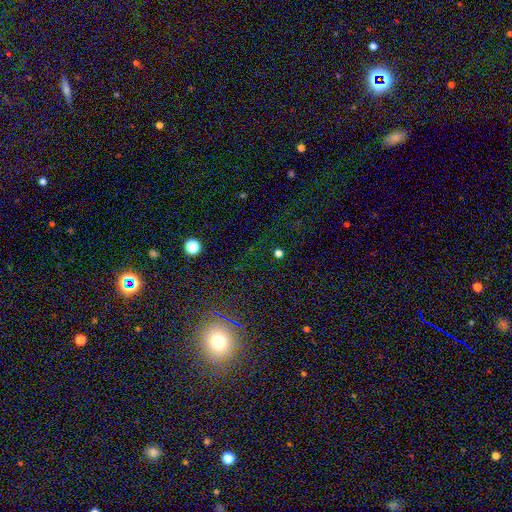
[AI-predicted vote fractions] A star or artifact, not a galaxy (56%).

Vote fractions:
- Smooth or featured? star or artifact: 56% / smooth: 31% / featured or disk: 13%